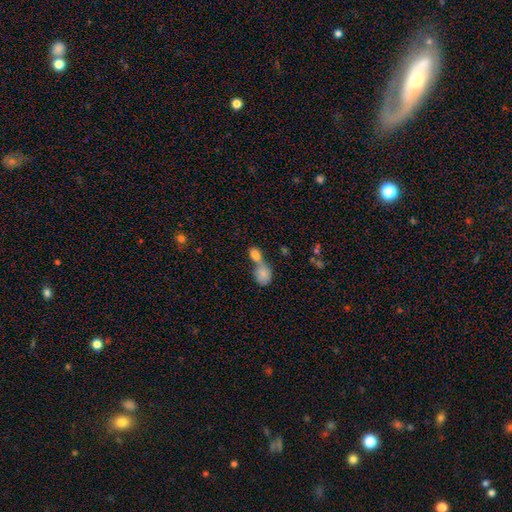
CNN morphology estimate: A smooth galaxy with no disk features (81%) that is in between round and cigar-shaped (63%). Merging: merger (71%).